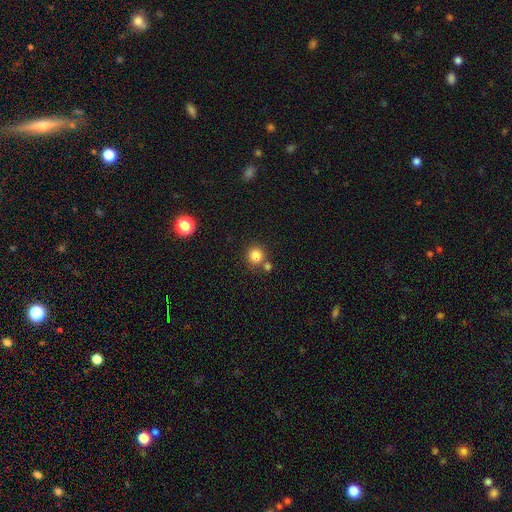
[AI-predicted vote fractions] A smooth galaxy with no disk features (83%) that is round (92%). Merging: none (71%).